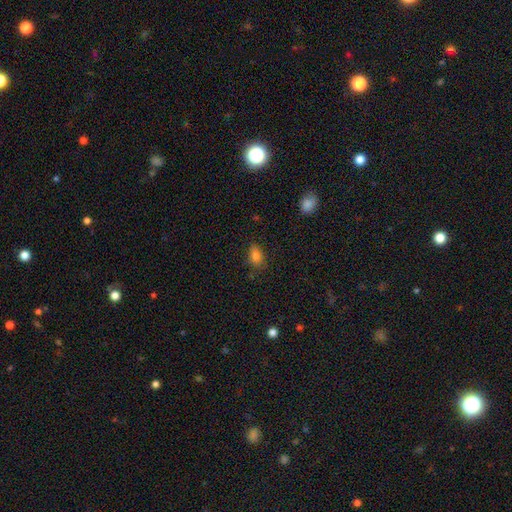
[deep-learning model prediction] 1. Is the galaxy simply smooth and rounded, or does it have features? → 82% smooth, 13% star or artifact, 6% featured or disk.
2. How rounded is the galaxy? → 81% in between, 16% round, 2% cigar-shaped.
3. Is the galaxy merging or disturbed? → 71% none, 21% minor disturbance, 5% major disturbance, 3% merger.